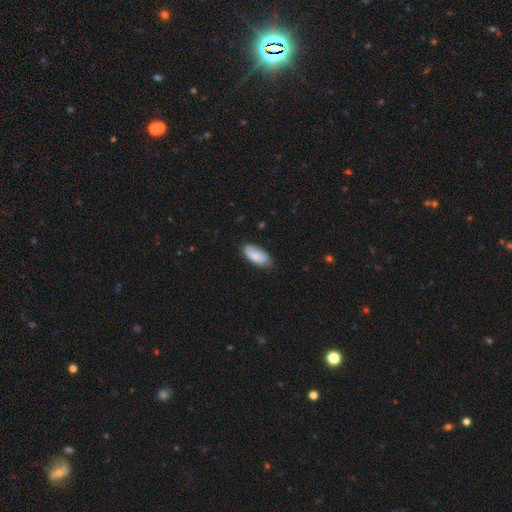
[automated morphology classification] smooth_or_featured: smooth (p=0.80) [alt: featured or disk p=0.14]
how_rounded: in between (p=0.90) [alt: cigar-shaped p=0.08]
merging: none (p=0.75) [alt: minor disturbance p=0.20]